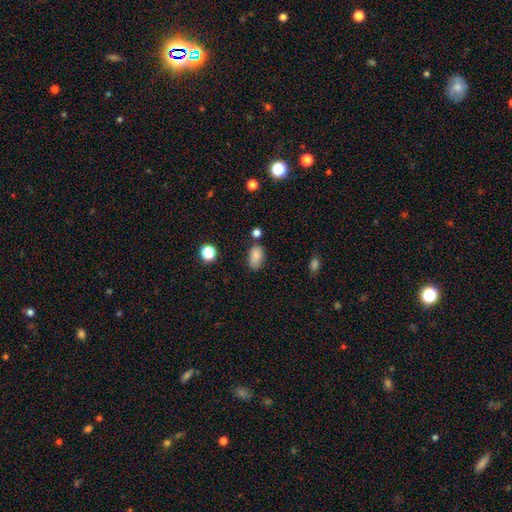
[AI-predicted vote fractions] Morphology: type=smooth (83%); roundness=in between (90%); merging=none (73%).